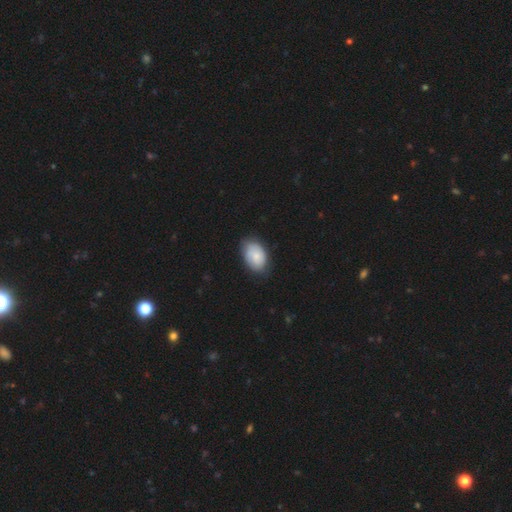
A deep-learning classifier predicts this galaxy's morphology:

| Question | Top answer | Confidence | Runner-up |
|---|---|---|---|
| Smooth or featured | smooth | 77% | featured or disk (17%) |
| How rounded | in between | 88% | round (11%) |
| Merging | none | 73% | minor disturbance (22%) |